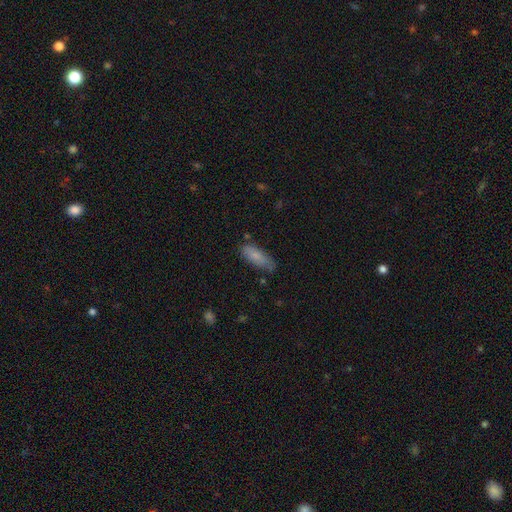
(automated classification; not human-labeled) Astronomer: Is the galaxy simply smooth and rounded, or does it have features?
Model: smooth — 80%.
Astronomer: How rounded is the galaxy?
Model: in between — 66%.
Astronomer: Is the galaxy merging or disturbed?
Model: none — 68%.